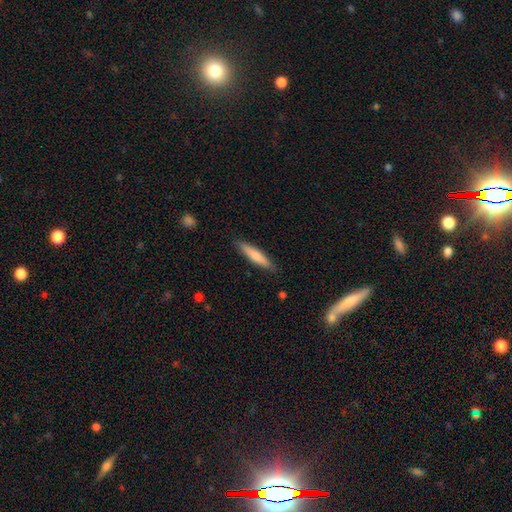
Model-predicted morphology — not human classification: smooth-or-featured: smooth: 70% | featured or disk: 24% | star or artifact: 6%
  how-rounded: cigar-shaped: 85% | in between: 13% | round: 1%
  merging: none: 87% | minor disturbance: 10% | major disturbance: 2% | merger: 1%